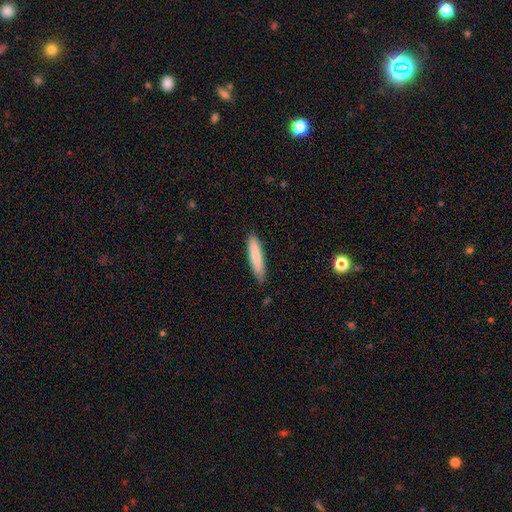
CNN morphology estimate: Overall: smooth (80%). How rounded: cigar-shaped (88%). Merging: none (87%).